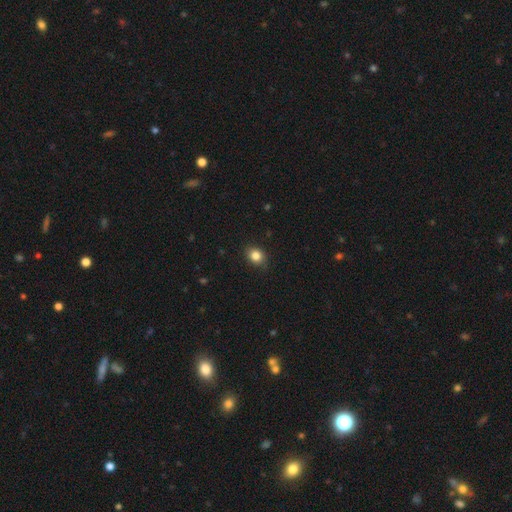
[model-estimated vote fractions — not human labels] smooth 84%, star or artifact 10%, featured or disk 6%. Down the decision tree: how rounded — round (55%); merging — none (87%).